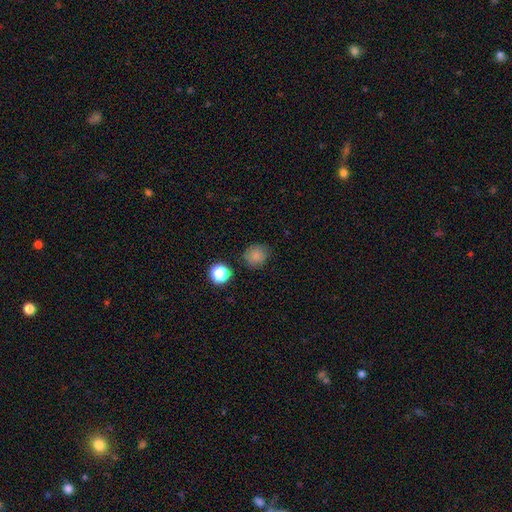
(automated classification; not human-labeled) Morphology: type=smooth (81%); roundness=round (85%); merging=none (82%).